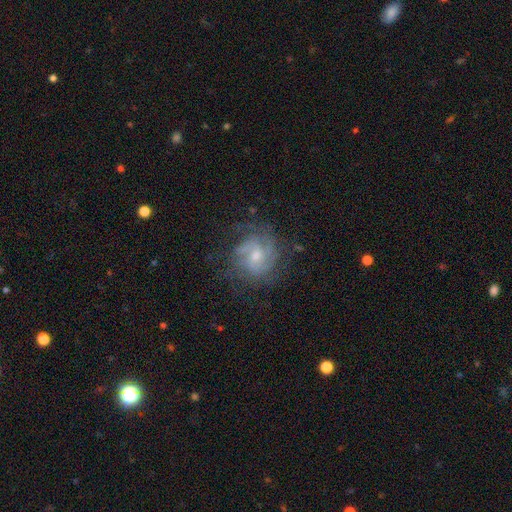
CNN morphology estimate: This is likely a featured or disk galaxy (77%). It is clearly not viewed edge-on (98%). Bar: possibly no (54%). Spiral arm pattern: clearly yes (90%). Spiral arm count: marginally can't tell (37%). Spiral winding: possibly tight (49%). Central bulge: possibly small (47%). Merging: likely none (66%).